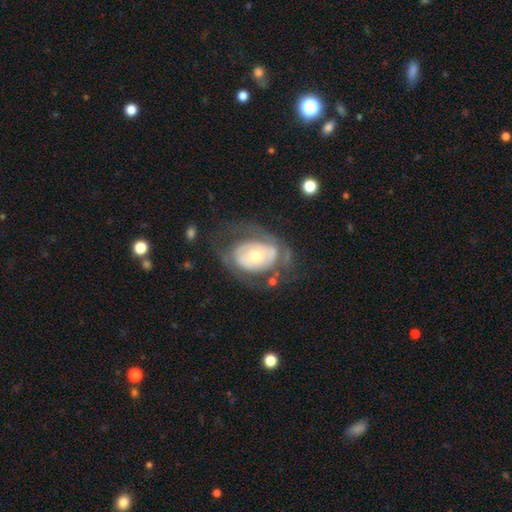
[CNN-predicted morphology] smooth_or_featured: featured or disk (p=0.68) [alt: smooth p=0.26]
disk_edge_on: no (p=0.95) [alt: yes p=0.05]
bar: no (p=0.70) [alt: weak p=0.22]
has_spiral_arms: yes (p=0.57) [alt: no p=0.43]
bulge_size: moderate (p=0.53) [alt: small p=0.38]
merging: none (p=0.50) [alt: major disturbance p=0.25]